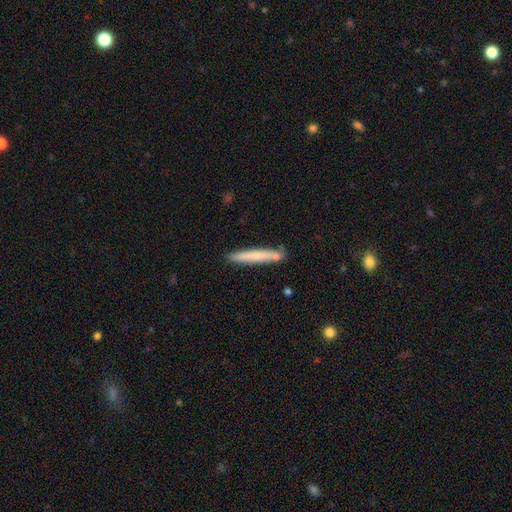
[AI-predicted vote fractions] This is likely a smooth galaxy (69%). How rounded: clearly cigar-shaped (96%). Merging: clearly none (82%).